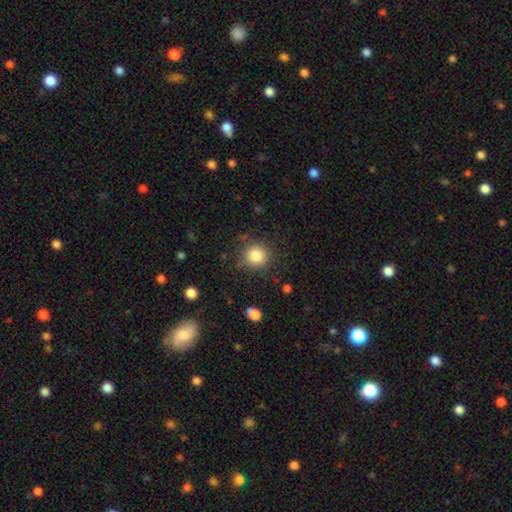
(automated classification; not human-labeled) Smooth or featured: smooth — 83% (star or artifact — 11%)
How rounded: round — 92% (in between — 8%)
Merging: none — 86% (minor disturbance — 9%)